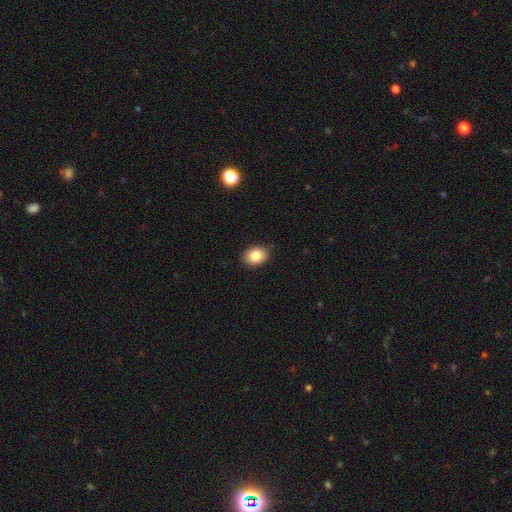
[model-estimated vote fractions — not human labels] smooth_or_featured: smooth (p=0.85) [alt: star or artifact p=0.09]
how_rounded: in between (p=0.64) [alt: round p=0.35]
merging: none (p=0.86) [alt: minor disturbance p=0.11]